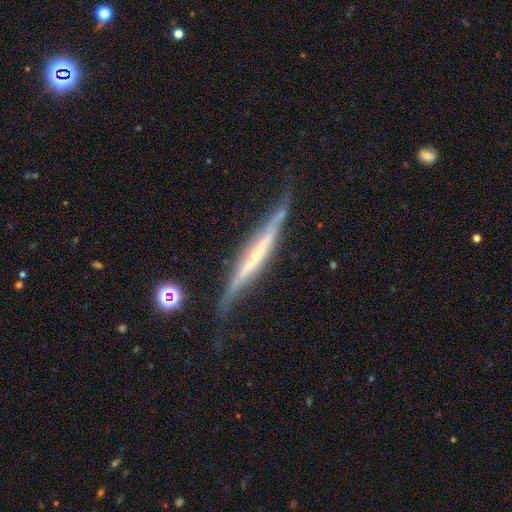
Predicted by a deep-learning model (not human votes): Overall: featured or disk (73%). Edge-on disk: yes (94%). Edge-on bulge: none (68%). Merging: none (71%).